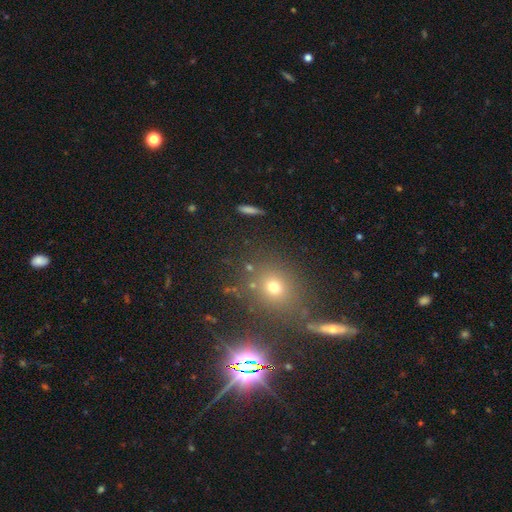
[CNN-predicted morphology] smooth_or_featured: star or artifact (p=0.49) [alt: smooth p=0.38]